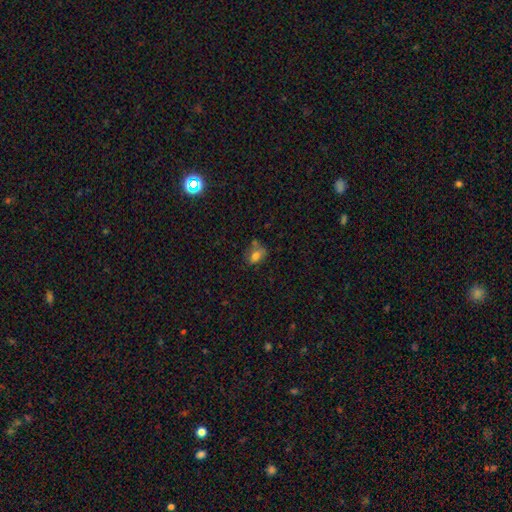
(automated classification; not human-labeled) Smooth or featured?
  - smooth: 71% *
  - featured or disk: 16%
  - star or artifact: 13%
How rounded?
  - in between: 71% *
  - round: 27%
  - cigar-shaped: 2%
Merging?
  - none: 44% *
  - minor disturbance: 28%
  - major disturbance: 14%
  - merger: 13%